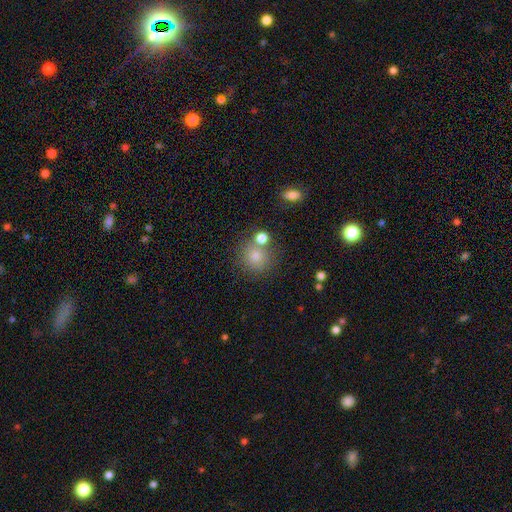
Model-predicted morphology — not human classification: type=smooth (75%); roundness=round (88%); merging=none (71%).